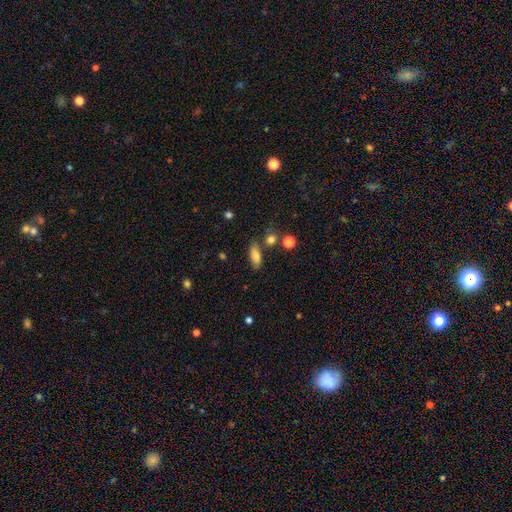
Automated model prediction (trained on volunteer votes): This appears to be a smooth galaxy with no disk features (77%) that is in between round and cigar-shaped (72%). Merging: none (76%).